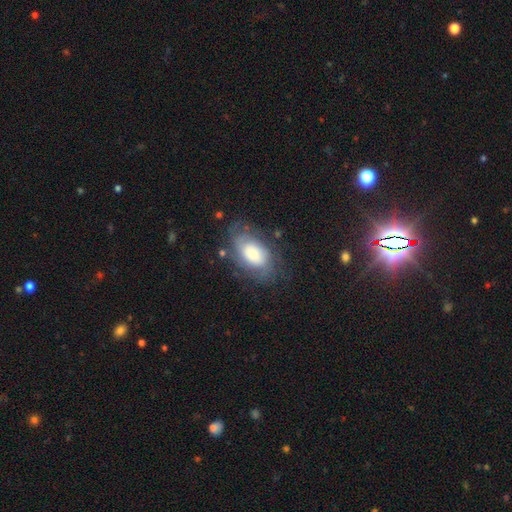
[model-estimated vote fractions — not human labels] Smooth or featured? Predicted: smooth (p=0.48). Merging? Predicted: none (p=0.63).